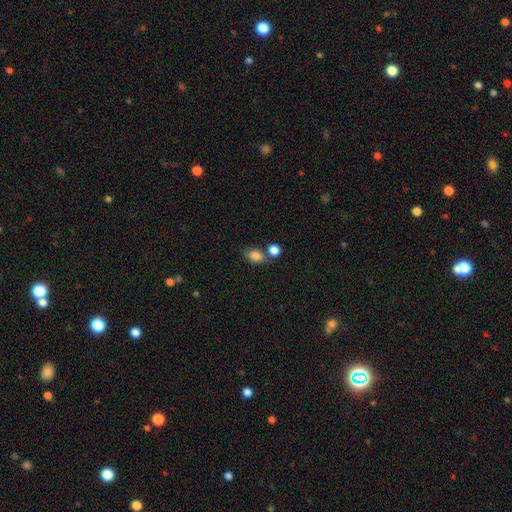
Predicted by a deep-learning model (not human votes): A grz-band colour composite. It shows a smooth galaxy with no disk features (83%) that is in between round and cigar-shaped (73%). Merging: none (60%).